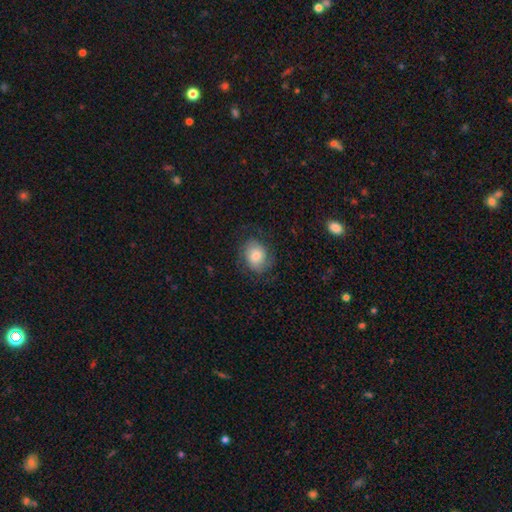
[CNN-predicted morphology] Smooth or featured? Predicted: smooth (p=0.58). How rounded? Predicted: round (p=0.55). Merging? Predicted: none (p=0.71).